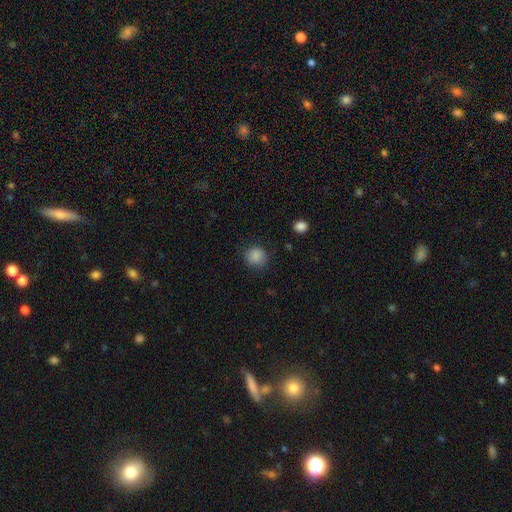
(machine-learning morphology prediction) A smooth galaxy with no disk features (87%) that is round (87%).

Vote fractions:
- Smooth or featured? smooth: 87% / star or artifact: 10% / featured or disk: 4%
- How rounded? round: 87% / in between: 12% / cigar-shaped: 1%
- Merging? none: 82% / minor disturbance: 13% / major disturbance: 4% / merger: 1%